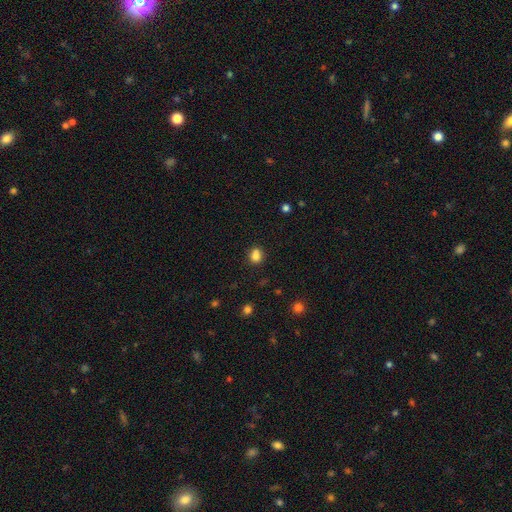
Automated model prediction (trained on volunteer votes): This is likely a smooth galaxy (80%). How rounded: likely round (74%). Merging: possibly none (60%).